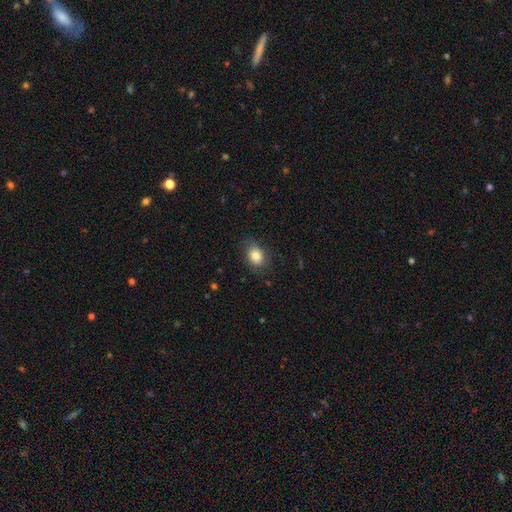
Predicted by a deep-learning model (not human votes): Smooth or featured? smooth (85%)
How rounded? in between (63%)
Merging? none (77%)